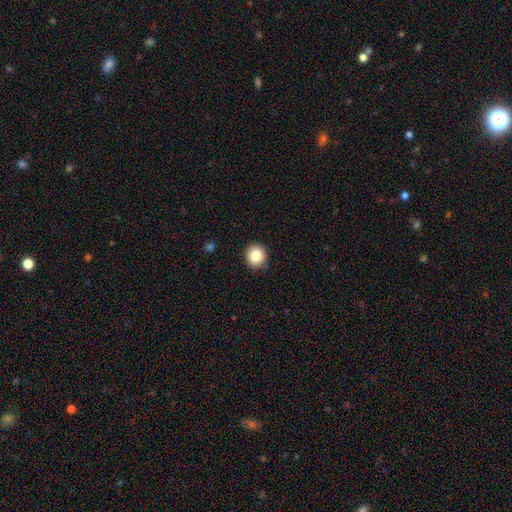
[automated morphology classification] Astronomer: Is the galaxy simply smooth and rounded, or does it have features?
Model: smooth — 84%.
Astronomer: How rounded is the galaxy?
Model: round — 88%.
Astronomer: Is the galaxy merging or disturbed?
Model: none — 89%.